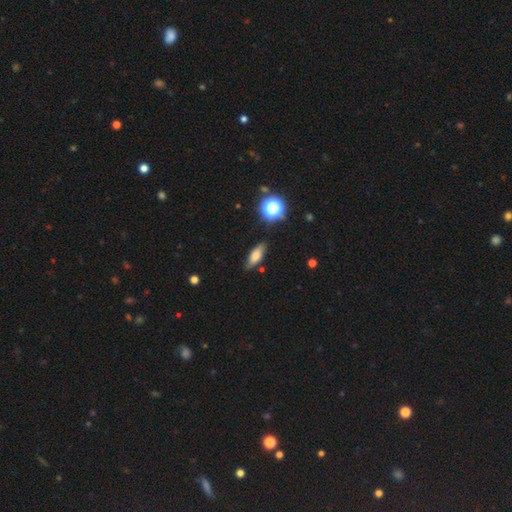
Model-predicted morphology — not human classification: smooth_or_featured: smooth (p=0.73) [alt: featured or disk p=0.16]
how_rounded: in between (p=0.69) [alt: cigar-shaped p=0.26]
merging: none (p=0.80) [alt: minor disturbance p=0.14]